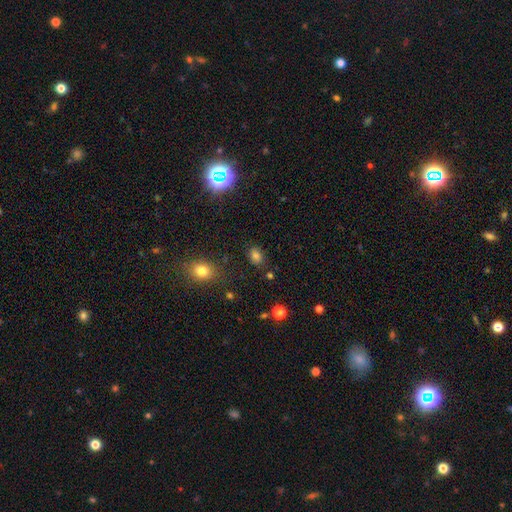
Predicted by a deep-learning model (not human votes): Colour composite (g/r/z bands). It shows a smooth galaxy with no disk features (78%) that is in between round and cigar-shaped (69%). Merging: none (82%).